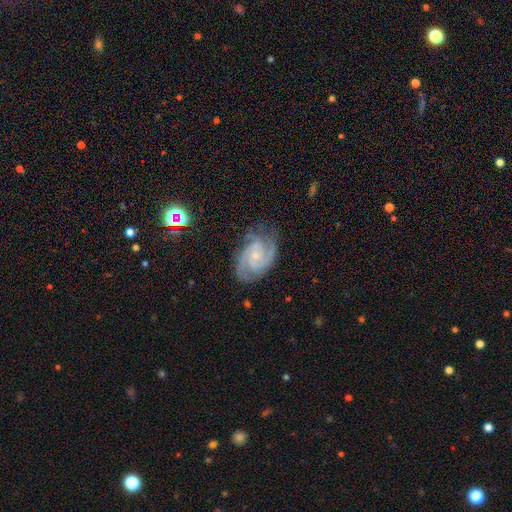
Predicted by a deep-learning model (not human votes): Smooth or featured? Predicted: featured or disk (p=0.90). Edge-on disk? Predicted: no (p=0.98). Bar? Predicted: no (p=0.64). Spiral arms? Predicted: yes (p=0.98). Spiral winding? Predicted: tight (p=0.55). Spiral arm count? Predicted: 2 (p=0.38, tied with 3). Bulge size? Predicted: small (p=0.72). Merging? Predicted: none (p=0.74).